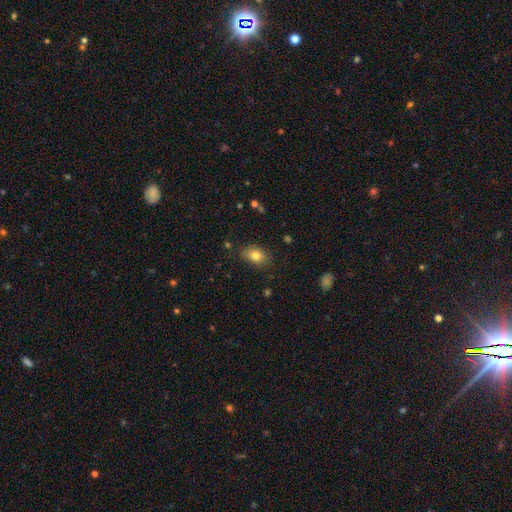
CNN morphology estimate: Smooth or featured? smooth (79%)
How rounded? in between (73%)
Merging? none (81%)